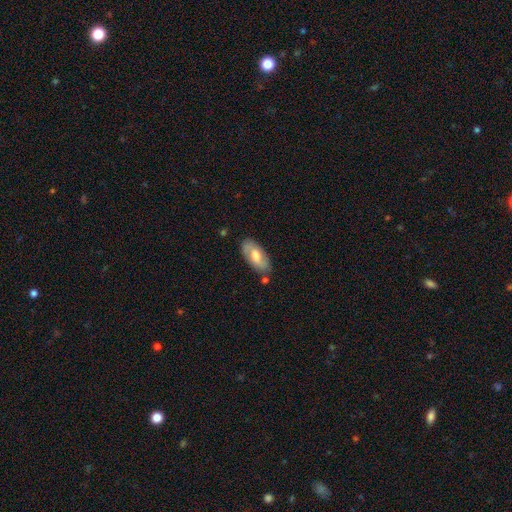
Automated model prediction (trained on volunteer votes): smooth_or_featured: smooth (p=0.48) [alt: featured or disk p=0.46]
merging: none (p=0.76) [alt: minor disturbance p=0.17]